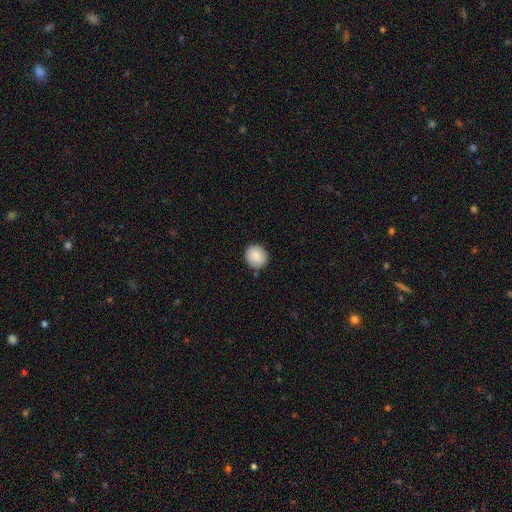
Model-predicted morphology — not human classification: smooth_or_featured: smooth (p=0.87) [alt: star or artifact p=0.07]
how_rounded: round (p=0.84) [alt: in between p=0.15]
merging: none (p=0.84) [alt: minor disturbance p=0.12]